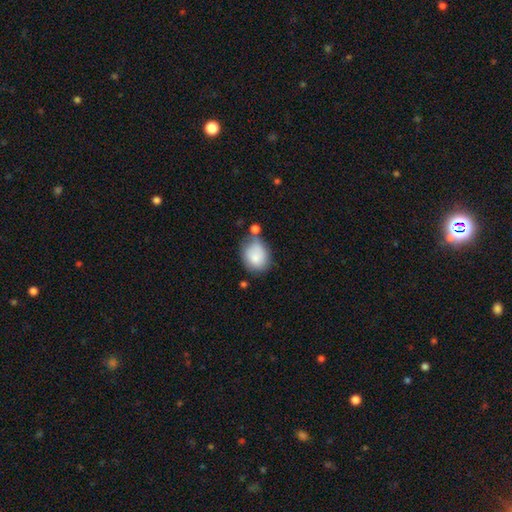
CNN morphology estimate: Q: Smooth or featured?
A: smooth (83%); runner-up: featured or disk (10%)
Q: How rounded?
A: in between (52%); runner-up: round (47%)
Q: Merging?
A: none (45%); runner-up: minor disturbance (28%)